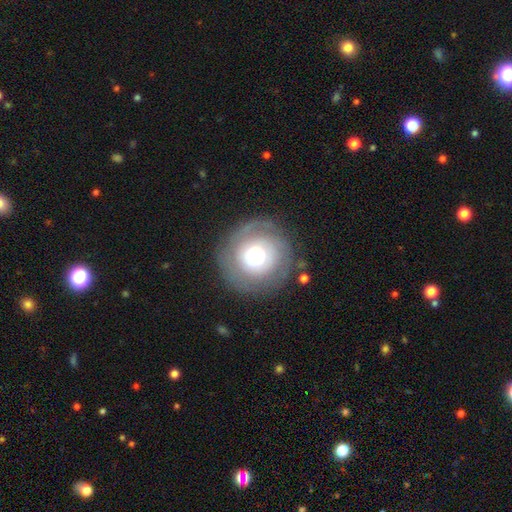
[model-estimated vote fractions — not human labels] smooth-or-featured: featured or disk: 47% | smooth: 44% | star or artifact: 9%
  merging: none: 79% | minor disturbance: 12% | major disturbance: 7% | merger: 2%